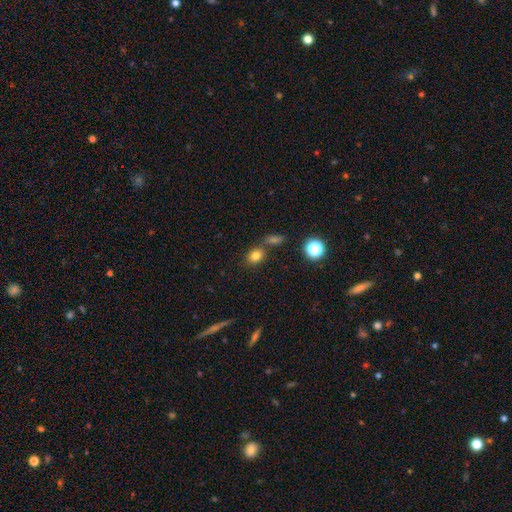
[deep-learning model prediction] smooth_or_featured: smooth (p=0.79) [alt: star or artifact p=0.14]
how_rounded: in between (p=0.61) [alt: round p=0.38]
merging: none (p=0.66) [alt: merger p=0.19]